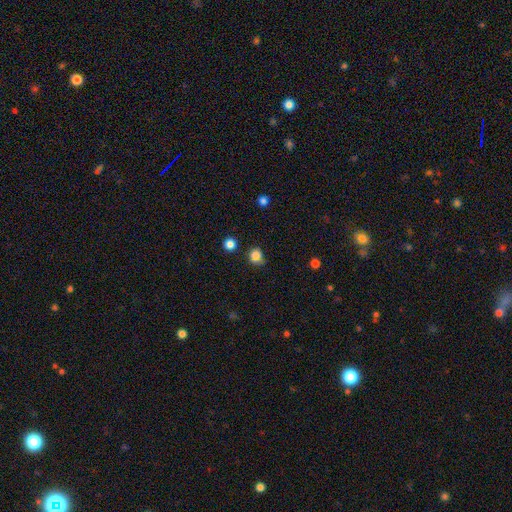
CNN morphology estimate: A smooth galaxy with no disk features (81%) that is round (81%). Merging: none (66%).